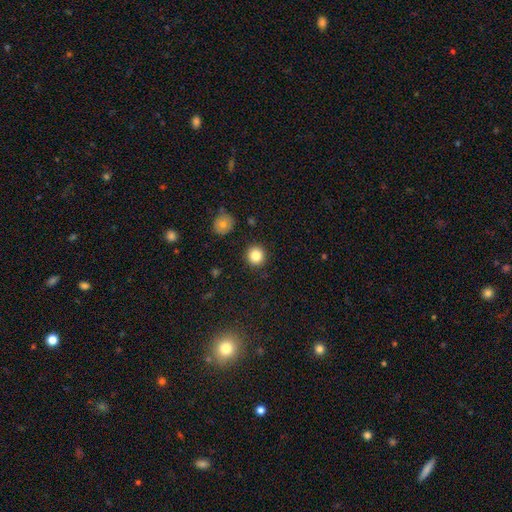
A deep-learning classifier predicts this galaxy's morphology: This is clearly a smooth galaxy (84%). How rounded: clearly round (92%). Merging: clearly none (91%).